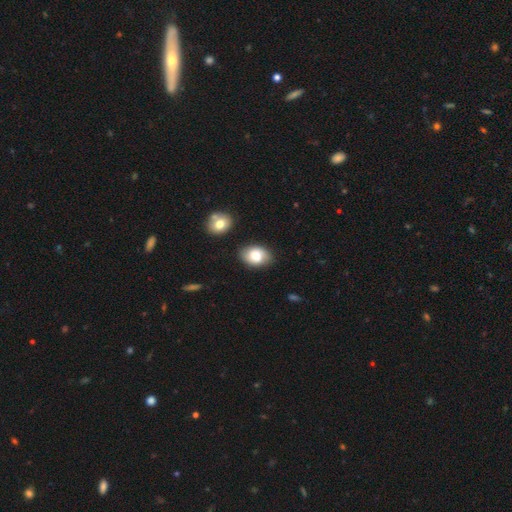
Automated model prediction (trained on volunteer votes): smooth-or-featured: smooth: 76% | featured or disk: 16% | star or artifact: 7%
  how-rounded: in between: 83% | round: 16% | cigar-shaped: 1%
  merging: none: 79% | minor disturbance: 14% | merger: 3% | major disturbance: 3%